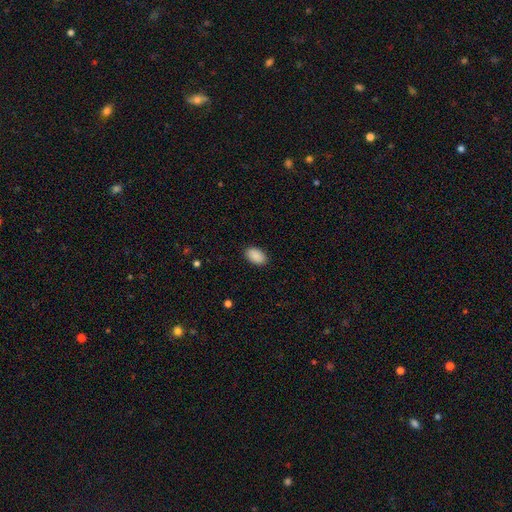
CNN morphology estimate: Smooth or featured: smooth — 90% (star or artifact — 7%)
How rounded: in between — 92% (round — 6%)
Merging: none — 89% (minor disturbance — 8%)